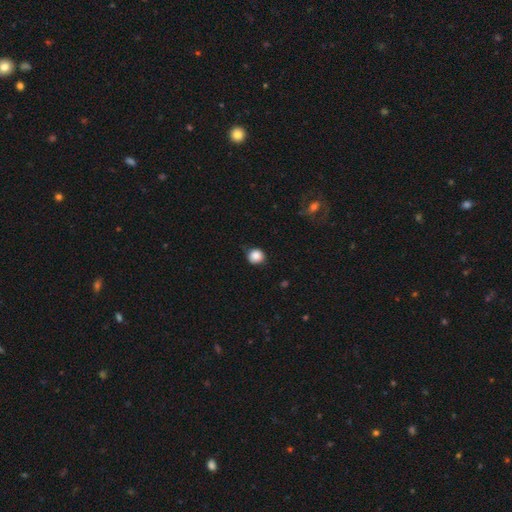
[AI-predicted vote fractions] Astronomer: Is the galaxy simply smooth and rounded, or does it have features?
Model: smooth — 87%.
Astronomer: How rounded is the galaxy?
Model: round — 88%.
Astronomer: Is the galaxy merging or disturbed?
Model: none — 80%.